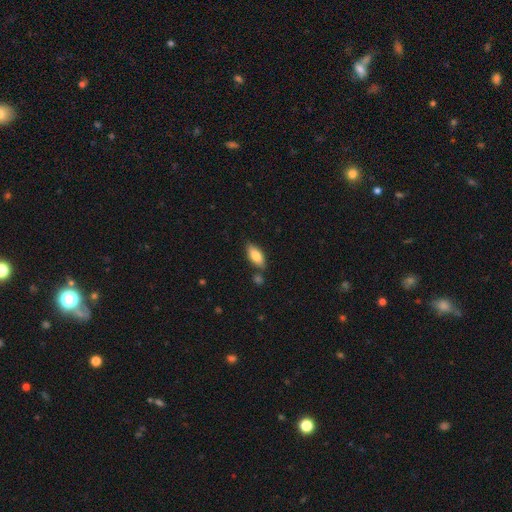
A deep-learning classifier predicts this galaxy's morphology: A smooth galaxy with no disk features (79%) that is in between round and cigar-shaped (80%). Merging: none (74%).